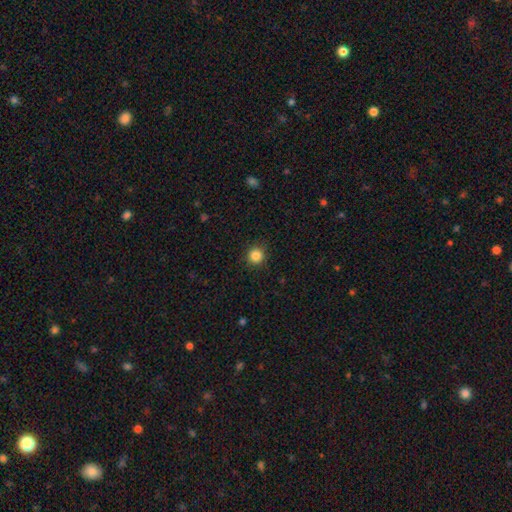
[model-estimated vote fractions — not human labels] Smooth or featured: smooth — 85% (star or artifact — 11%)
How rounded: round — 94% (in between — 5%)
Merging: none — 91% (minor disturbance — 6%)